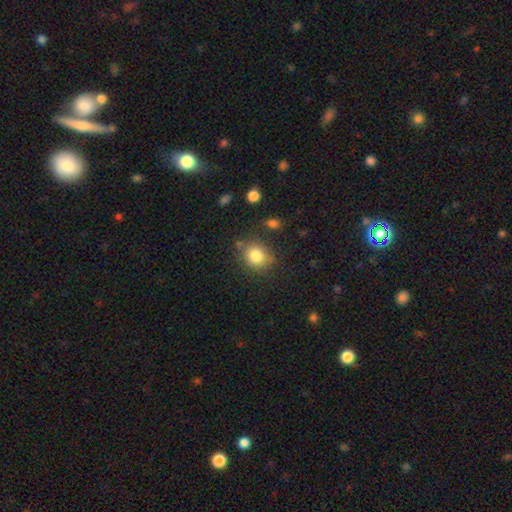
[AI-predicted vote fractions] Smooth or featured?
  - smooth: 82% *
  - star or artifact: 10%
  - featured or disk: 8%
How rounded?
  - round: 70% *
  - in between: 29%
  - cigar-shaped: 1%
Merging?
  - none: 76% *
  - minor disturbance: 15%
  - merger: 5%
  - major disturbance: 5%